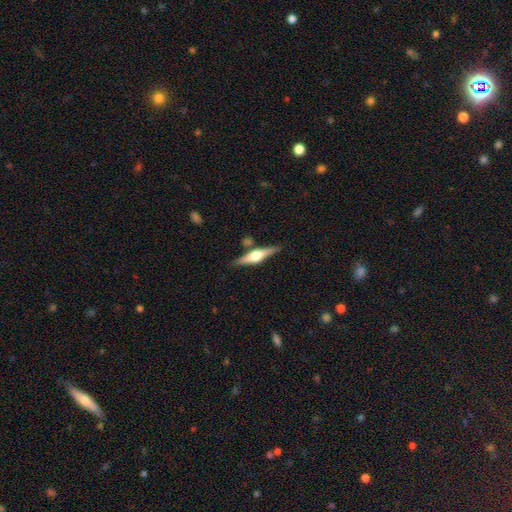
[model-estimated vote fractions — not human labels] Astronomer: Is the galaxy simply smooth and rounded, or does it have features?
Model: featured or disk — 71%.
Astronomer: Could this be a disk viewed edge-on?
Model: yes — 97%.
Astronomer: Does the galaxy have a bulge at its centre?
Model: rounded — 94%.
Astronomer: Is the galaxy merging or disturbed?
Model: none — 81%.